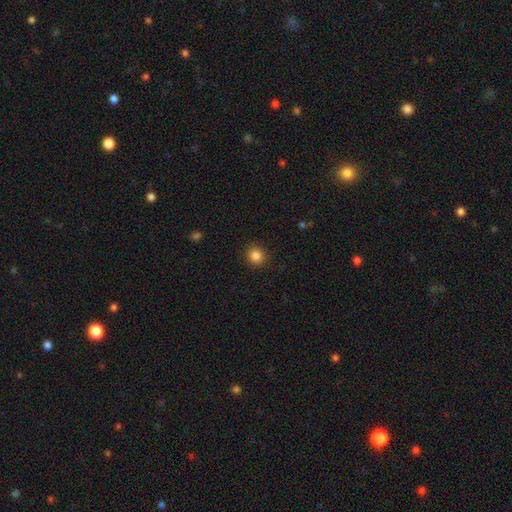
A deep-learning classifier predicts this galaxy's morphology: Q: Smooth or featured?
A: smooth (86%); runner-up: star or artifact (11%)
Q: How rounded?
A: round (84%); runner-up: in between (15%)
Q: Merging?
A: none (91%); runner-up: minor disturbance (6%)